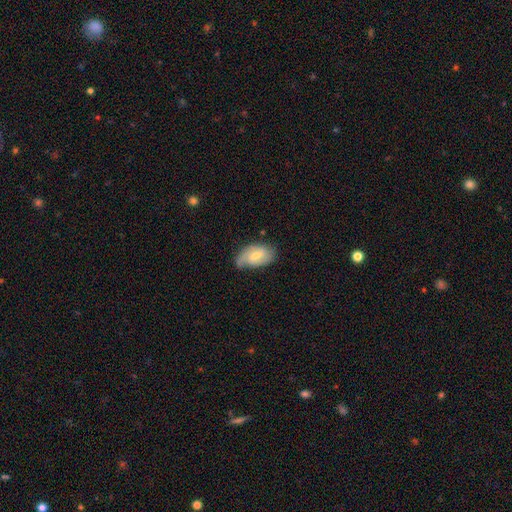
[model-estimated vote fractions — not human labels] Overall: smooth (50%; featured or disk 43%). How rounded: in between (92%). Merging: none (54%; minor disturbance 34%).